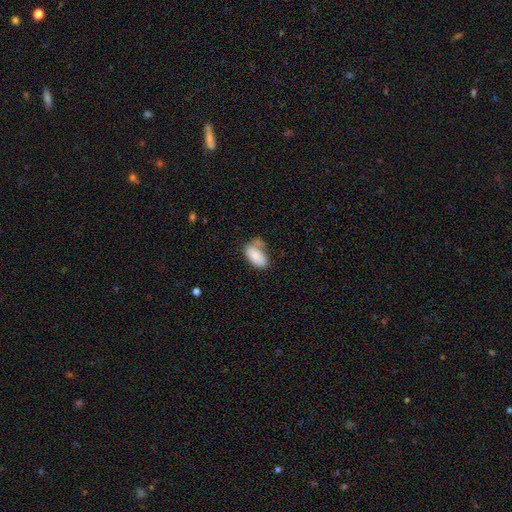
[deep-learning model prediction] The model was most divided on "merging": none: 43%, minor disturbance: 30%, merger: 15%, major disturbance: 12%. More confident: how rounded — in between (94%); smooth or featured — smooth (80%).